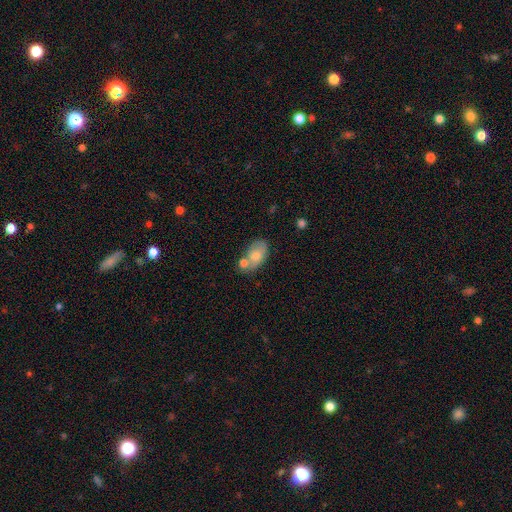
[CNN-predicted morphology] This appears to be a smooth galaxy with no disk features (69%) that is in between round and cigar-shaped (90%). Merging: none (46%).